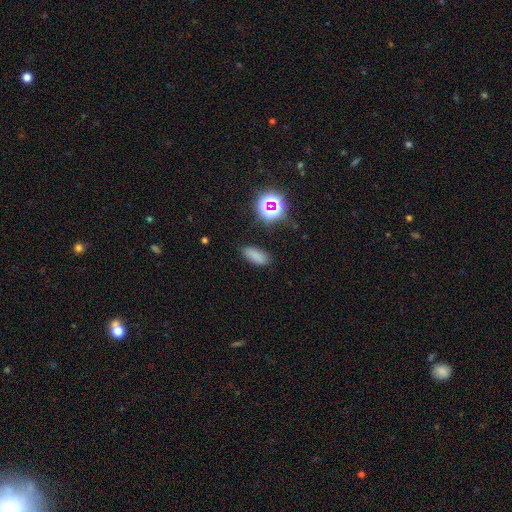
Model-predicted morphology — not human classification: A smooth galaxy with no disk features (78%) that is in between round and cigar-shaped (79%). Merging: none (83%).